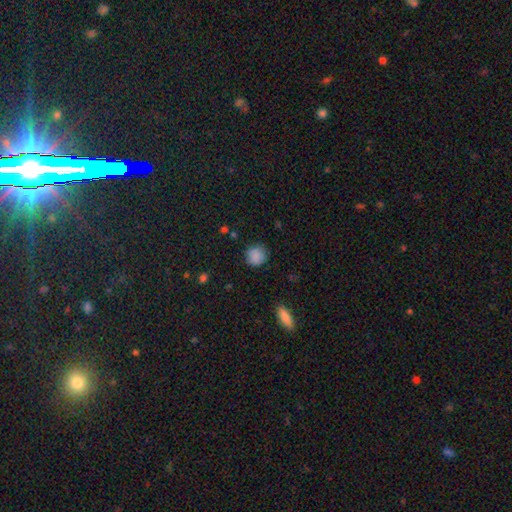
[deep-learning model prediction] Smooth or featured? smooth (86%)
How rounded? round (86%)
Merging? none (82%)